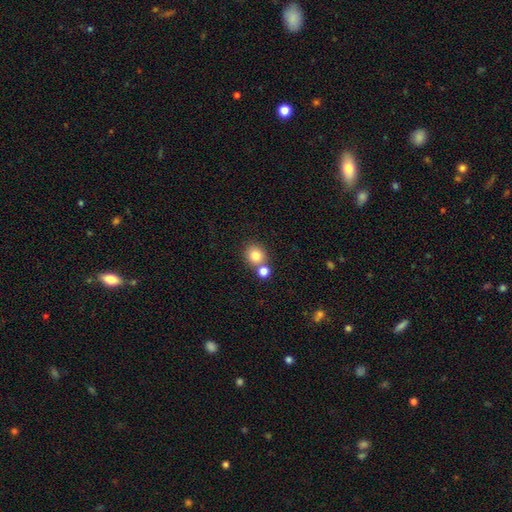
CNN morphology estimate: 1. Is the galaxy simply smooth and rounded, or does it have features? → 81% smooth, 11% star or artifact, 8% featured or disk.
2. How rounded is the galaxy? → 83% round, 16% in between, 1% cigar-shaped.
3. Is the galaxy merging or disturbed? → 62% none, 28% merger, 8% minor disturbance, 3% major disturbance.